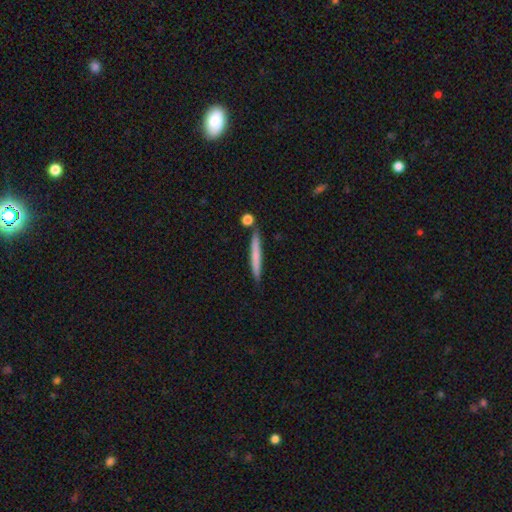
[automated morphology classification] Smooth or featured?
  - smooth: 66% *
  - featured or disk: 28%
  - star or artifact: 6%
How rounded?
  - cigar-shaped: 96% *
  - in between: 3%
  - round: 1%
Merging?
  - none: 81% *
  - minor disturbance: 10%
  - merger: 6%
  - major disturbance: 2%